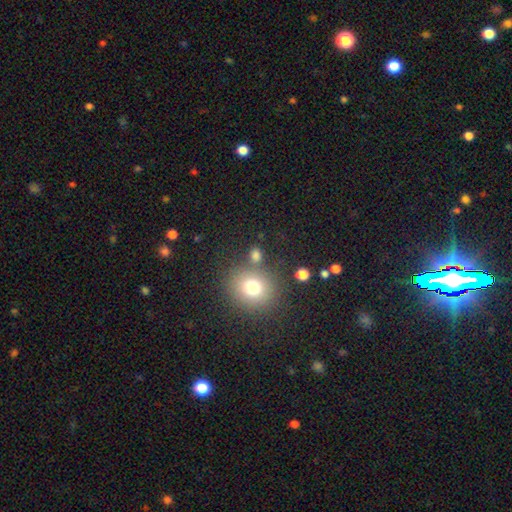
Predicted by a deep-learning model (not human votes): Smooth or featured?
  - smooth: 76% *
  - star or artifact: 16%
  - featured or disk: 8%
How rounded?
  - round: 69% *
  - in between: 29%
  - cigar-shaped: 2%
Merging?
  - none: 71% *
  - merger: 14%
  - minor disturbance: 10%
  - major disturbance: 5%